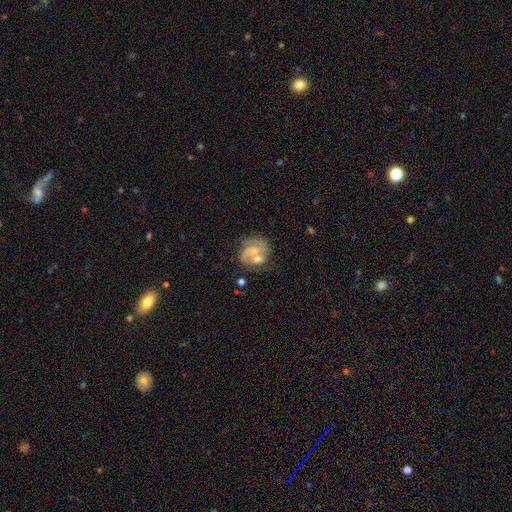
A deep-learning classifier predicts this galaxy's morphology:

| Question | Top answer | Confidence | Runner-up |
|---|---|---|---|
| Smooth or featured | featured or disk | 66% | smooth (27%) |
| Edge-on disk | no | 98% | yes (2%) |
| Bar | no | 67% | weak (28%) |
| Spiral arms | yes | 80% | no (20%) |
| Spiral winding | medium | 45% | tight (35%) |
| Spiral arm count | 2 | 53% | can't tell (21%) |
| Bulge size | small | 44% | moderate (41%) |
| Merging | none | 37% | merger (33%) |